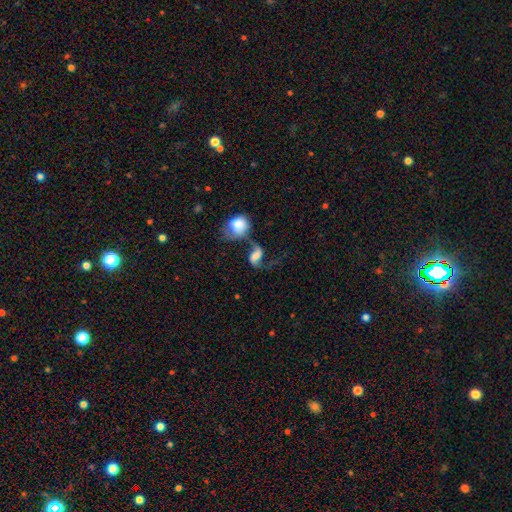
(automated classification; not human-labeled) smooth_or_featured: featured or disk (p=0.63) [alt: smooth p=0.28]
disk_edge_on: no (p=0.96) [alt: yes p=0.04]
bar: weak (p=0.40) [alt: no p=0.38]
has_spiral_arms: yes (p=0.88) [alt: no p=0.12]
spiral_winding: loose (p=0.80) [alt: medium p=0.16]
spiral_arm_count: 2 (p=0.87) [alt: 1 p=0.07]
bulge_size: large (p=0.29) [alt: moderate p=0.27]
merging: merger (p=0.40) [alt: none p=0.29]